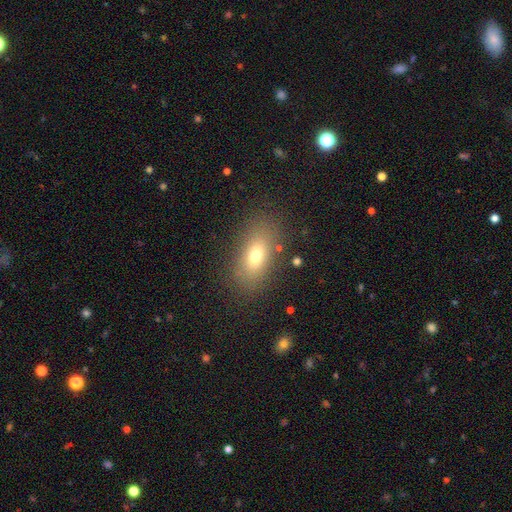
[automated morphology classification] The model was most divided on "smooth or featured": smooth: 70%, featured or disk: 18%, star or artifact: 12%. More confident: merging — none (84%); how rounded — in between (82%).